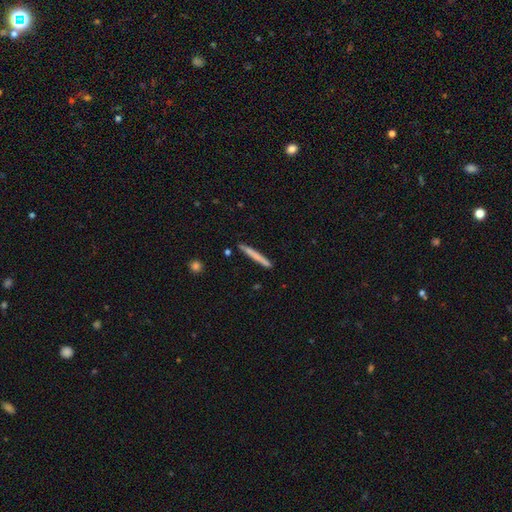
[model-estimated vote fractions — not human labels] This is likely a smooth galaxy (65%). How rounded: clearly cigar-shaped (97%). Merging: clearly none (89%).